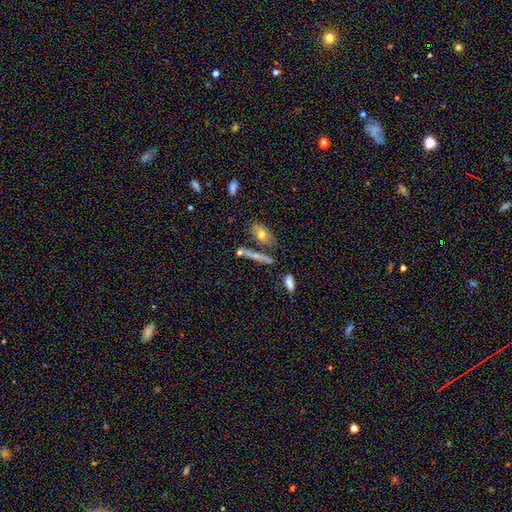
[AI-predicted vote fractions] A smooth galaxy with no disk features (50%) that is cigar-shaped (62%). Merging: none (65%).